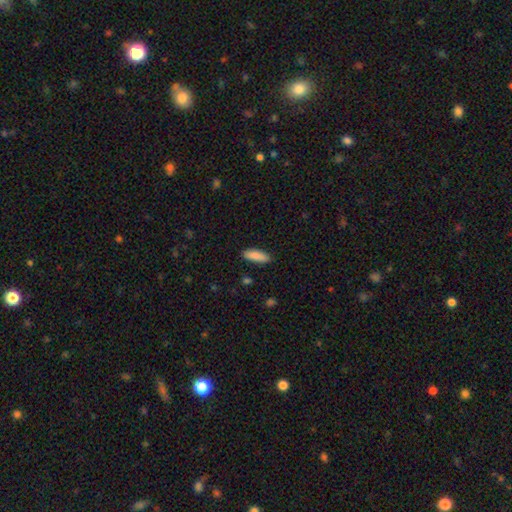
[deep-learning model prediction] smooth 88%, featured or disk 6%, star or artifact 6%. Down the decision tree: how rounded — in between (54%); merging — none (87%).